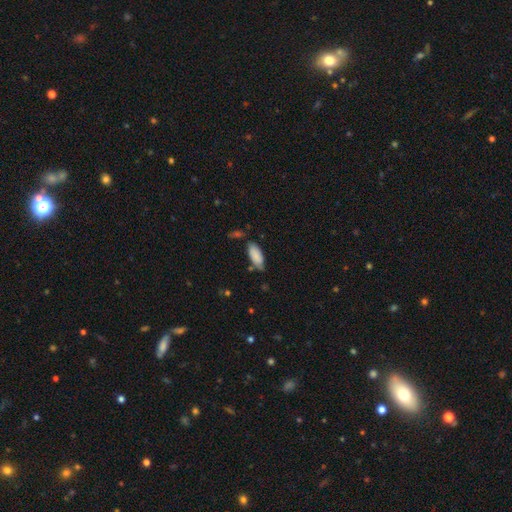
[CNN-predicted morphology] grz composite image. It shows a smooth galaxy with no disk features (86%) that is in between round and cigar-shaped (85%). Merging: none (68%).